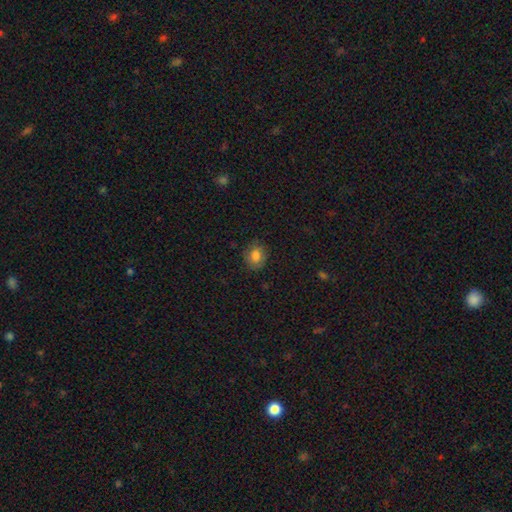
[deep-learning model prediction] Smooth or featured: smooth — 81% (star or artifact — 10%)
How rounded: round — 53% (in between — 46%)
Merging: none — 80% (minor disturbance — 15%)